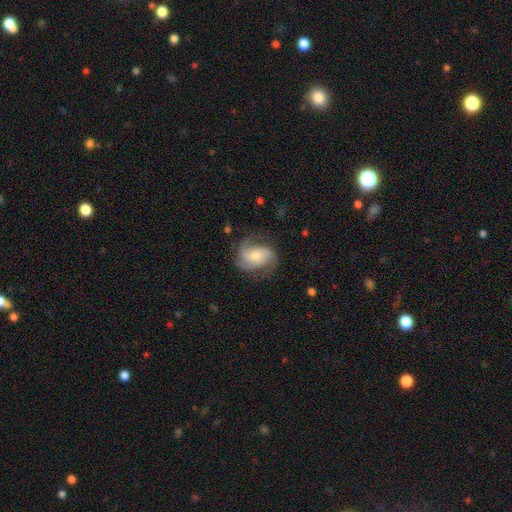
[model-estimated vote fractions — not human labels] smooth_or_featured: featured or disk (p=0.70) [alt: smooth p=0.23]
disk_edge_on: no (p=0.97) [alt: yes p=0.03]
bar: no (p=0.62) [alt: weak p=0.29]
has_spiral_arms: yes (p=0.93) [alt: no p=0.07]
spiral_winding: medium (p=0.47) [alt: loose p=0.28]
spiral_arm_count: 2 (p=0.49) [alt: 3 p=0.24]
bulge_size: moderate (p=0.52) [alt: small p=0.39]
merging: none (p=0.63) [alt: minor disturbance p=0.22]